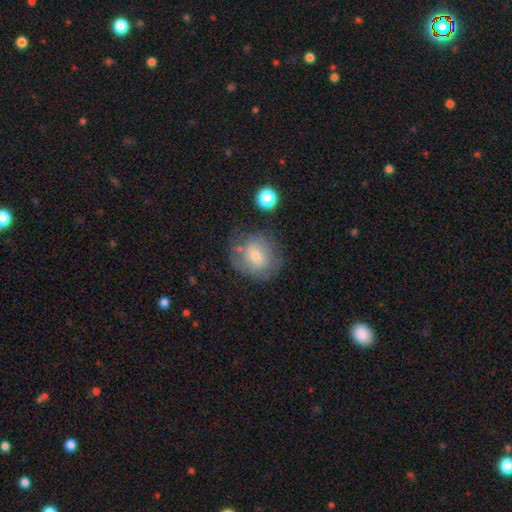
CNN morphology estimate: smooth_or_featured: smooth (p=0.55) [alt: featured or disk p=0.35]
how_rounded: round (p=0.79) [alt: in between p=0.20]
merging: none (p=0.60) [alt: minor disturbance p=0.23]